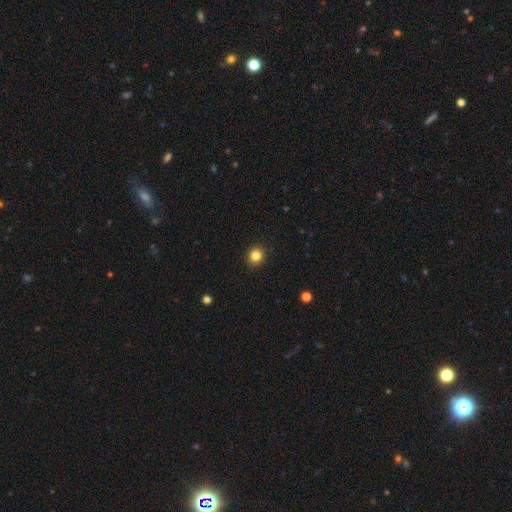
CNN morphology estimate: smooth-or-featured: smooth: 84% | star or artifact: 11% | featured or disk: 5%
  how-rounded: round: 77% | in between: 22% | cigar-shaped: 1%
  merging: none: 92% | minor disturbance: 5% | major disturbance: 2% | merger: 1%